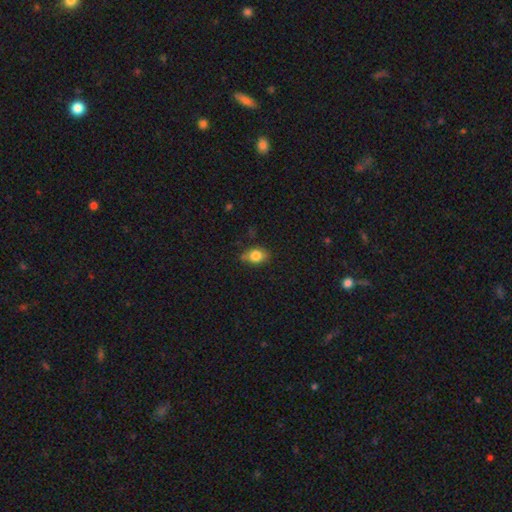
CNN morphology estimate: Smooth or featured? Predicted: smooth (p=0.82). How rounded? Predicted: in between (p=0.71). Merging? Predicted: none (p=0.70).